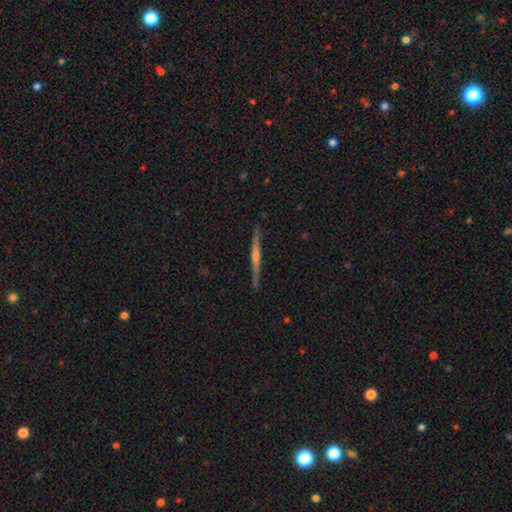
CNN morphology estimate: type=featured or disk (76%); edge-on=yes (98%); edge-on bulge=rounded (75%); merging=none (91%).